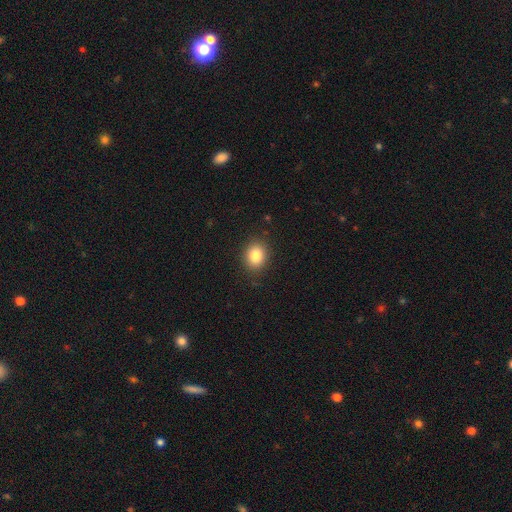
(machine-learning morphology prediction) Smooth or featured?
  - smooth: 83% *
  - star or artifact: 10%
  - featured or disk: 7%
How rounded?
  - round: 59% *
  - in between: 40%
  - cigar-shaped: 1%
Merging?
  - none: 88% *
  - minor disturbance: 9%
  - major disturbance: 3%
  - merger: 1%